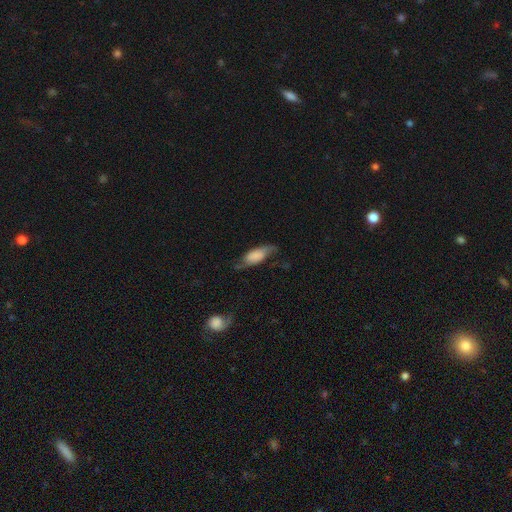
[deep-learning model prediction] Q: Smooth or featured?
A: smooth (55%); runner-up: featured or disk (37%)
Q: How rounded?
A: in between (77%); runner-up: cigar-shaped (19%)
Q: Merging?
A: none (52%); runner-up: minor disturbance (29%)